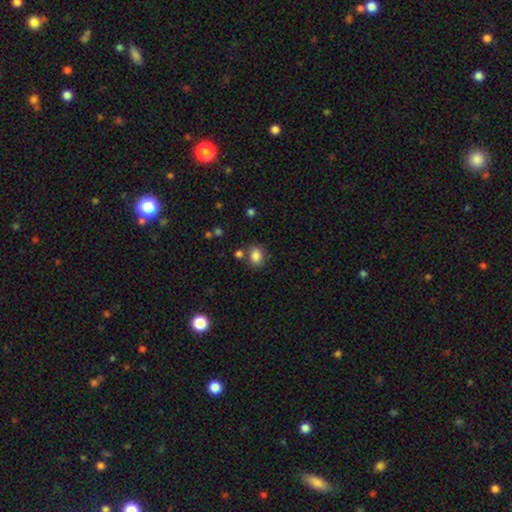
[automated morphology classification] This is clearly a smooth galaxy (84%). How rounded: possibly in between (55%). Merging: likely none (68%).